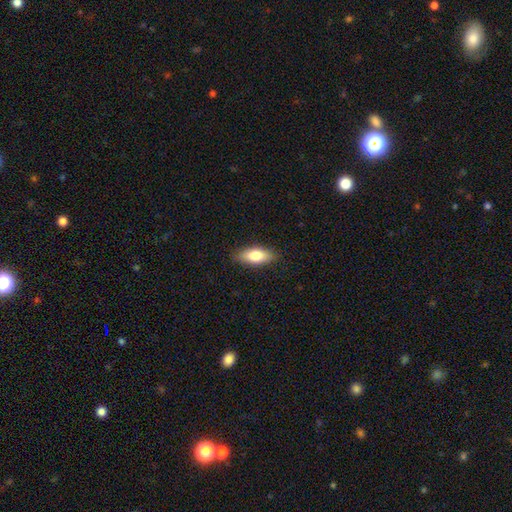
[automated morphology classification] smooth 78%, featured or disk 16%, star or artifact 6%. Down the decision tree: how rounded — in between (80%); merging — none (86%).